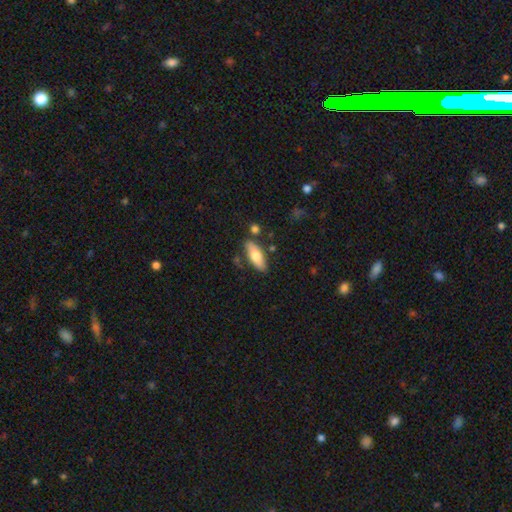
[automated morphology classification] Q: Smooth or featured?
A: smooth (67%); runner-up: featured or disk (27%)
Q: How rounded?
A: in between (71%); runner-up: cigar-shaped (27%)
Q: Merging?
A: none (78%); runner-up: minor disturbance (14%)